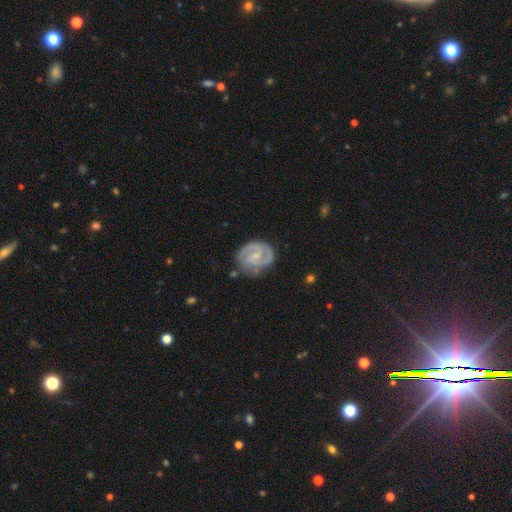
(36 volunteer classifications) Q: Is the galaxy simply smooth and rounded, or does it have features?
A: featured or disk — 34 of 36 (94%).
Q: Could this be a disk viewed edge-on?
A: no — 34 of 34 (100%).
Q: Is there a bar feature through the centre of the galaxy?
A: no — 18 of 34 (53%).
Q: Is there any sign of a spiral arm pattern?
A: yes — 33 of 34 (97%).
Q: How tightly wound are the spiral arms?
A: tight — 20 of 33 (61%).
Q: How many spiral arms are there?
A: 2 — 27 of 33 (82%).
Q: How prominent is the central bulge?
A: small — 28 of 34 (82%).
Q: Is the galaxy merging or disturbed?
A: none — 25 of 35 (71%).